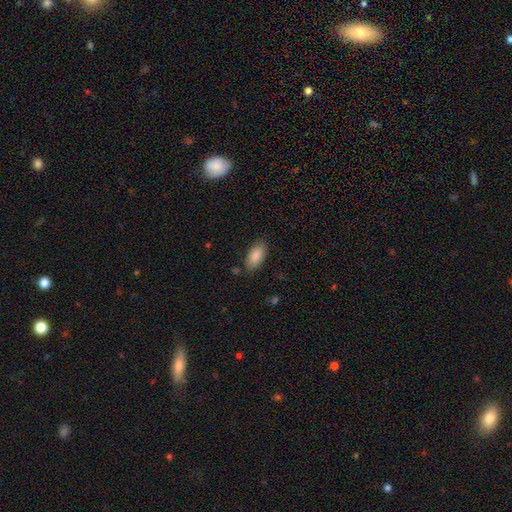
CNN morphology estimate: Smooth or featured?
  - smooth: 88% *
  - star or artifact: 7%
  - featured or disk: 6%
How rounded?
  - in between: 92% *
  - cigar-shaped: 6%
  - round: 2%
Merging?
  - none: 82% *
  - minor disturbance: 12%
  - major disturbance: 3%
  - merger: 2%